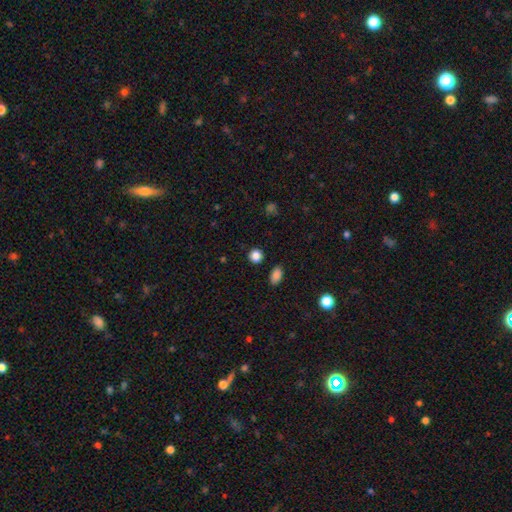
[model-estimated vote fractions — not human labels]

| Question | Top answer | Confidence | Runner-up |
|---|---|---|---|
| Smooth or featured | smooth | 85% | star or artifact (11%) |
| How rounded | round | 86% | in between (13%) |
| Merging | none | 88% | minor disturbance (7%) |